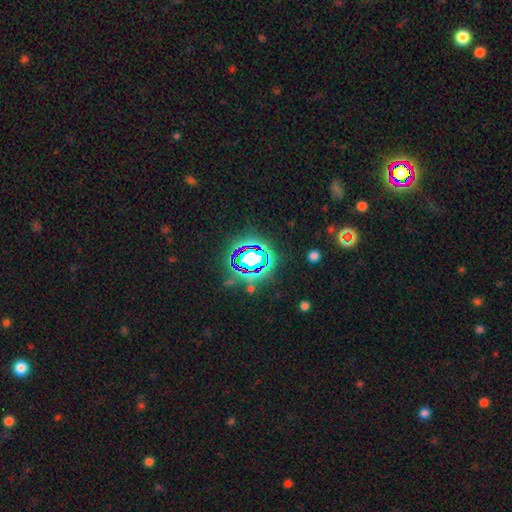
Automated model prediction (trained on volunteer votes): Smooth or featured: star or artifact — 75% (smooth — 15%)